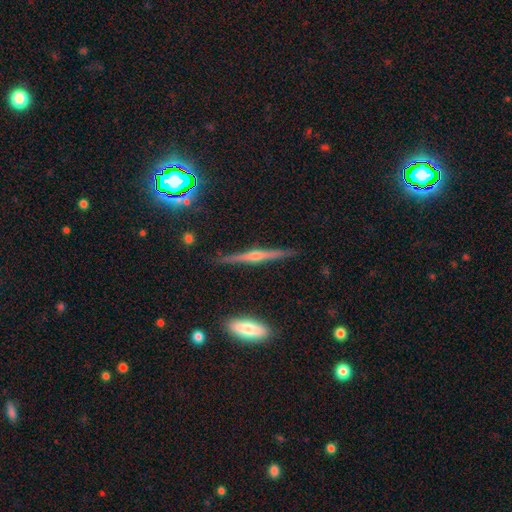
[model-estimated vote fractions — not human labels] This is likely a featured or disk galaxy (77%). It is clearly viewed edge-on (98%). Edge-on bulge: clearly rounded (87%). Merging: clearly none (89%).